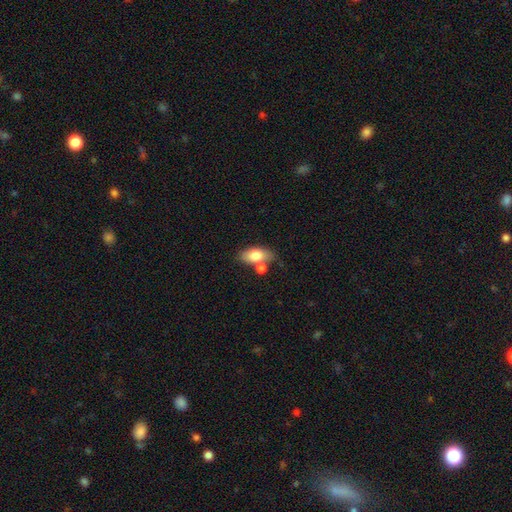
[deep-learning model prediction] Smooth or featured? smooth (76%)
How rounded? in between (88%)
Merging? none (55%)